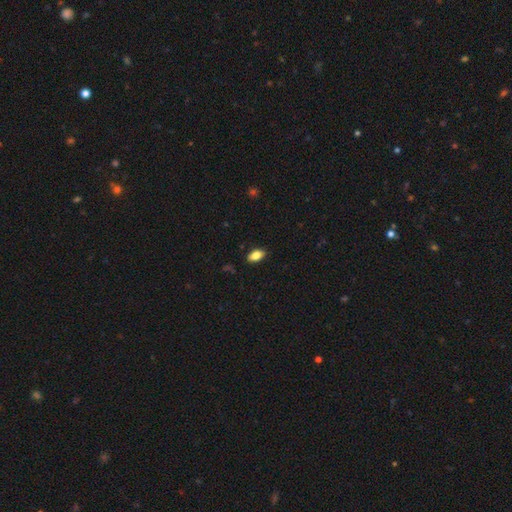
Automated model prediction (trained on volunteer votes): Smooth or featured: smooth — 83% (featured or disk — 9%)
How rounded: in between — 91% (cigar-shaped — 5%)
Merging: none — 87% (minor disturbance — 10%)